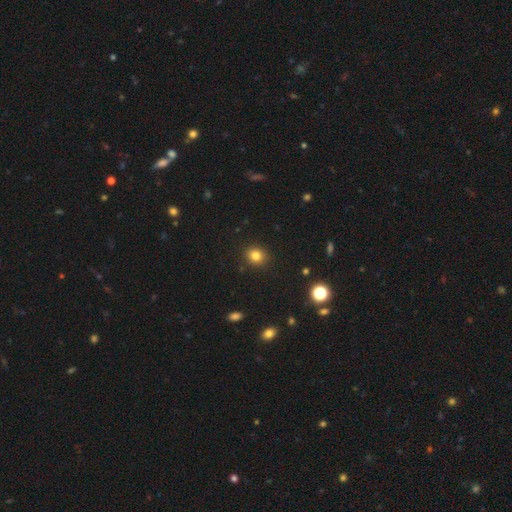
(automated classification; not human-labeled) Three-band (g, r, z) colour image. It shows a smooth galaxy with no disk features (81%) that is round (77%). Merging: none (90%).